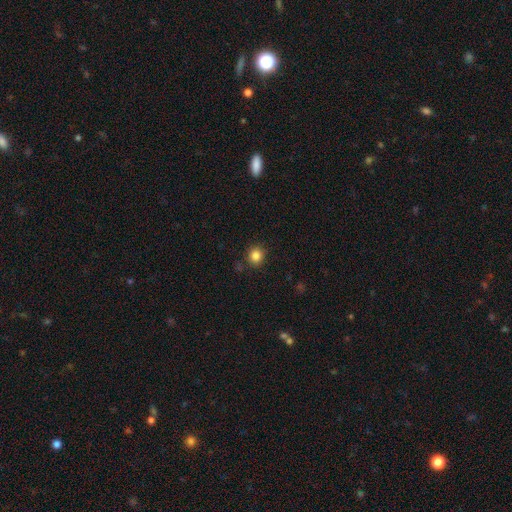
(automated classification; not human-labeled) Smooth or featured: smooth — 84% (star or artifact — 11%)
How rounded: round — 86% (in between — 13%)
Merging: none — 87% (minor disturbance — 9%)